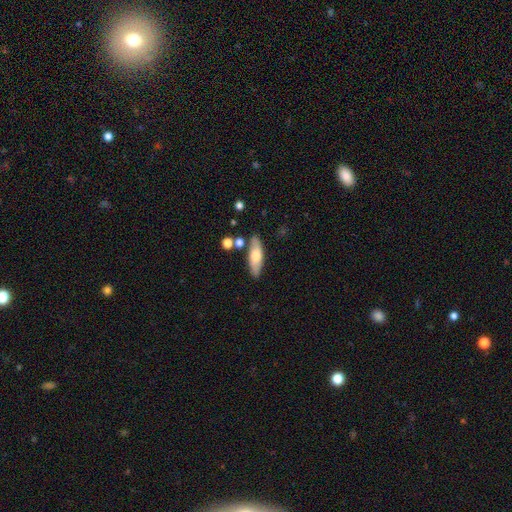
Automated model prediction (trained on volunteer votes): smooth-or-featured: smooth: 63% | featured or disk: 30% | star or artifact: 7%
  how-rounded: in between: 56% | cigar-shaped: 41% | round: 3%
  merging: none: 79% | minor disturbance: 12% | merger: 6% | major disturbance: 3%